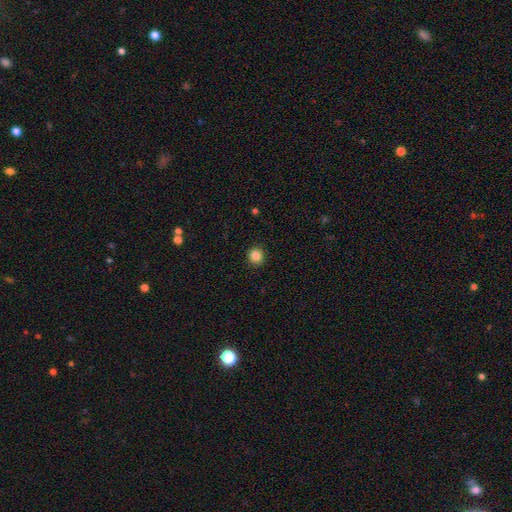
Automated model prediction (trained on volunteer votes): A smooth galaxy with no disk features (85%) that is round (90%). Merging: none (92%).